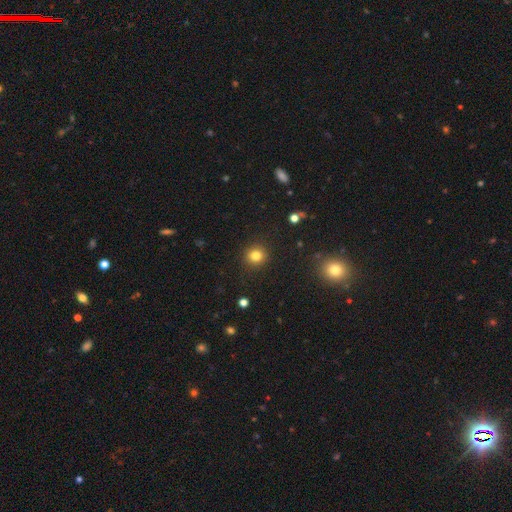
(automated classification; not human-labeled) Overall: smooth (81%). How rounded: round (90%). Merging: none (91%).